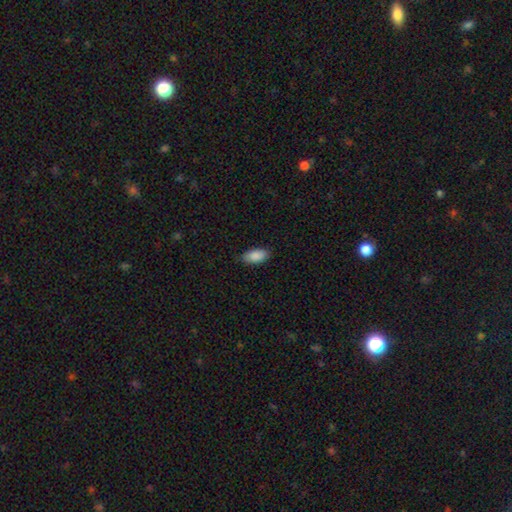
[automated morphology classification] Smooth or featured? Predicted: smooth (p=0.90). How rounded? Predicted: in between (p=0.92). Merging? Predicted: none (p=0.88).